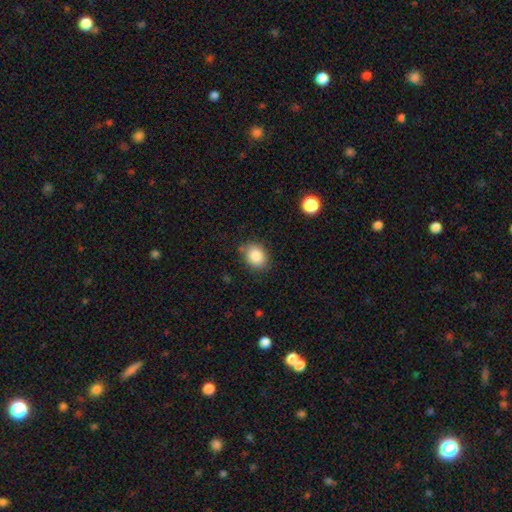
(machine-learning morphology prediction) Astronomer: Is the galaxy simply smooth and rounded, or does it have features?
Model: smooth — 87%.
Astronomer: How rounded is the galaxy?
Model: in between — 52% (runner-up: round, 47%).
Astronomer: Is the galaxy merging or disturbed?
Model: none — 80%.